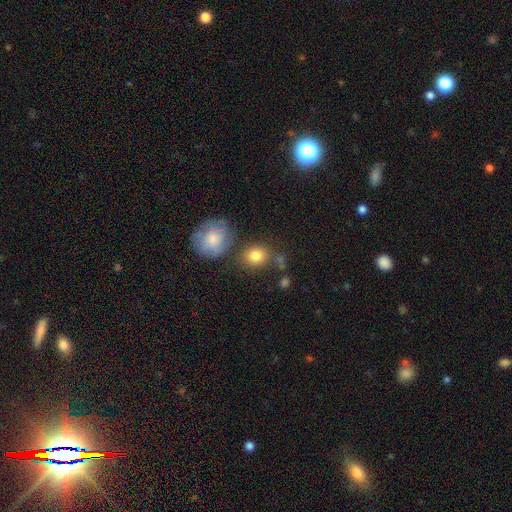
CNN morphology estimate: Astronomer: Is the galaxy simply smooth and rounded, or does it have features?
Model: smooth — 82%.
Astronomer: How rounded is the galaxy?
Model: round — 69%.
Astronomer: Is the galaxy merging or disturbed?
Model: none — 70%.